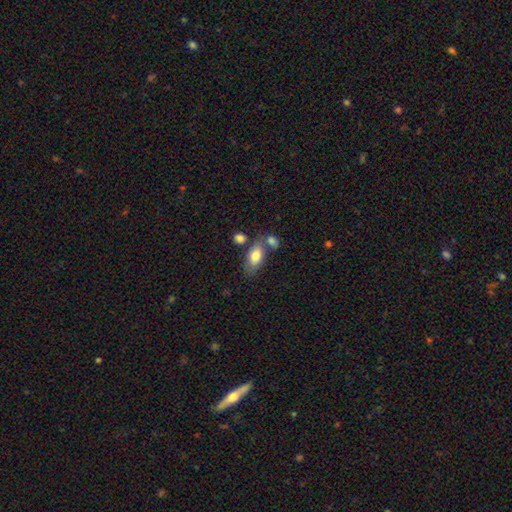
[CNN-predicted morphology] Overall: smooth (78%). How rounded: in between (90%). Merging: none (55%; merger 23%).